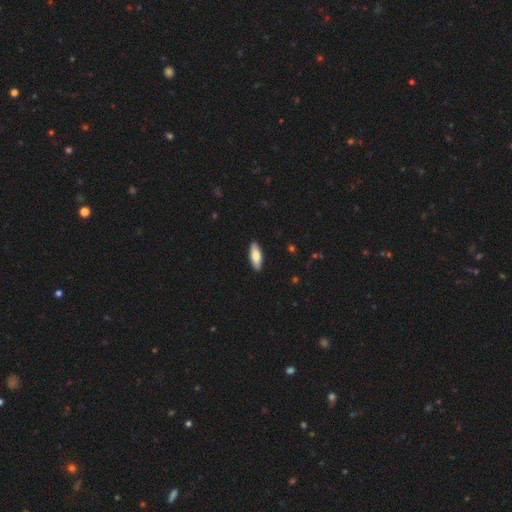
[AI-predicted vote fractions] Morphology: type=smooth (76%); roundness=in between (69%); merging=none (90%).